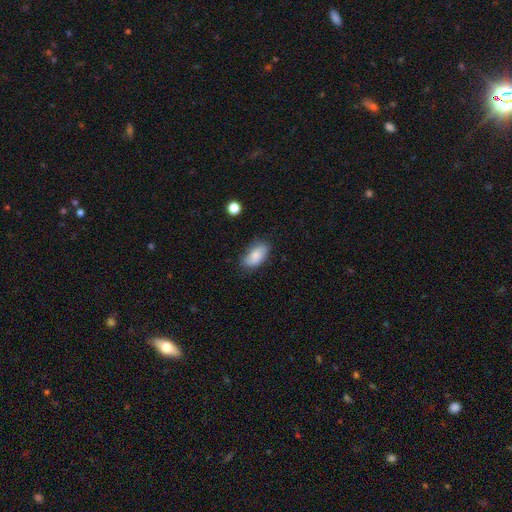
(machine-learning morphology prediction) smooth_or_featured: smooth (p=0.79) [alt: featured or disk p=0.13]
how_rounded: in between (p=0.93) [alt: round p=0.04]
merging: none (p=0.71) [alt: minor disturbance p=0.22]